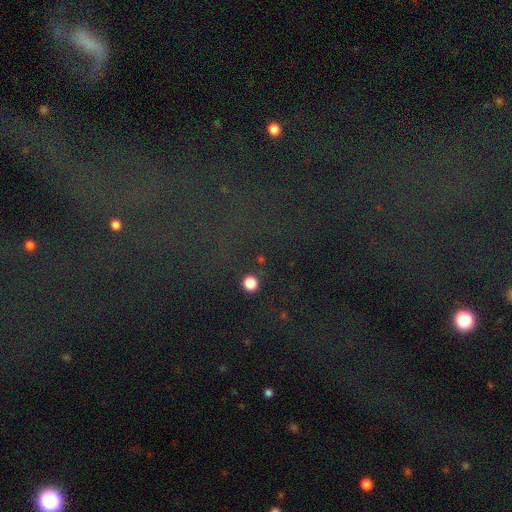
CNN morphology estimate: Smooth or featured? star or artifact (69%)